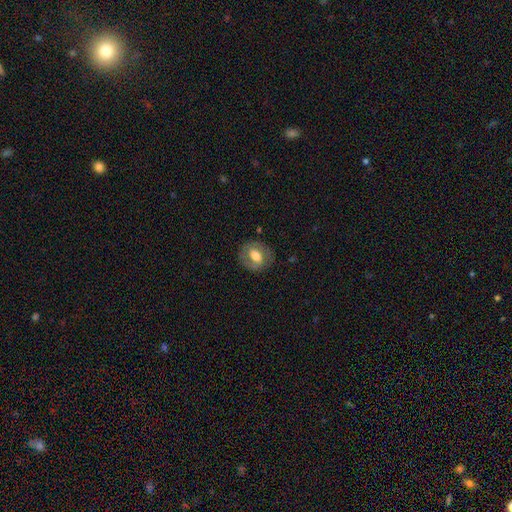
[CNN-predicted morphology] Smooth or featured? Predicted: smooth (p=0.51). How rounded? Predicted: round (p=0.58). Merging? Predicted: none (p=0.79).